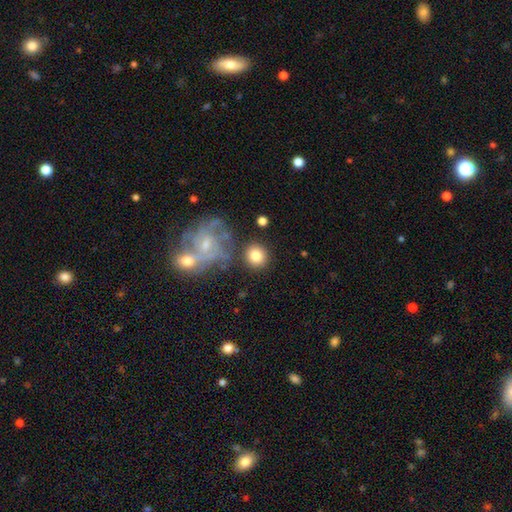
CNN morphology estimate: This is likely a smooth galaxy (79%). How rounded: clearly round (88%). Merging: likely none (78%).